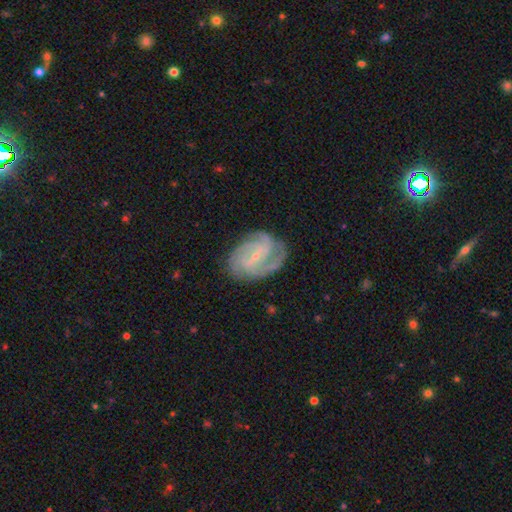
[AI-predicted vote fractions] Smooth or featured? featured or disk (86%)
Edge-on disk? no (98%)
Bar? weak (48%)
Spiral arms? yes (96%)
Spiral winding? tight (47%)
Spiral arm count? 3 (33%)
Bulge size? small (77%)
Merging? none (72%)